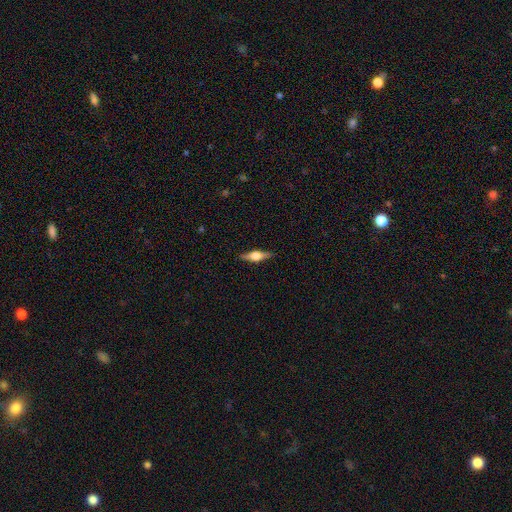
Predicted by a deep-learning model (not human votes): featured or disk 66%, smooth 27%, star or artifact 6%. Down the decision tree: edge-on disk — yes (97%); edge-on bulge — rounded (90%); merging — none (88%).